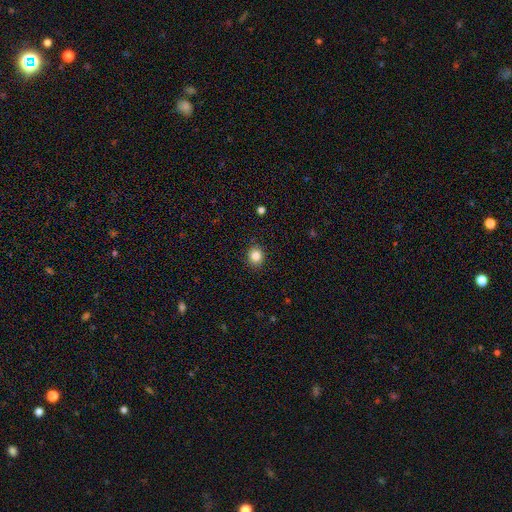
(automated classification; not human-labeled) Smooth or featured?
  - smooth: 85% *
  - star or artifact: 10%
  - featured or disk: 4%
How rounded?
  - round: 83% *
  - in between: 16%
  - cigar-shaped: 1%
Merging?
  - none: 89% *
  - minor disturbance: 8%
  - major disturbance: 2%
  - merger: 1%